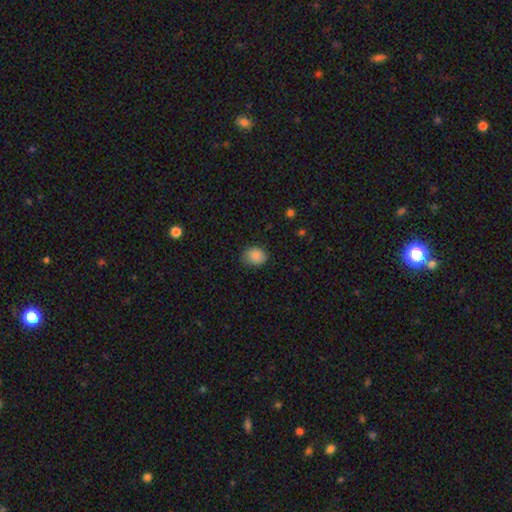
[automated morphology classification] smooth_or_featured: smooth (p=0.86) [alt: star or artifact p=0.08]
how_rounded: round (p=0.52) [alt: in between p=0.47]
merging: none (p=0.75) [alt: minor disturbance p=0.20]